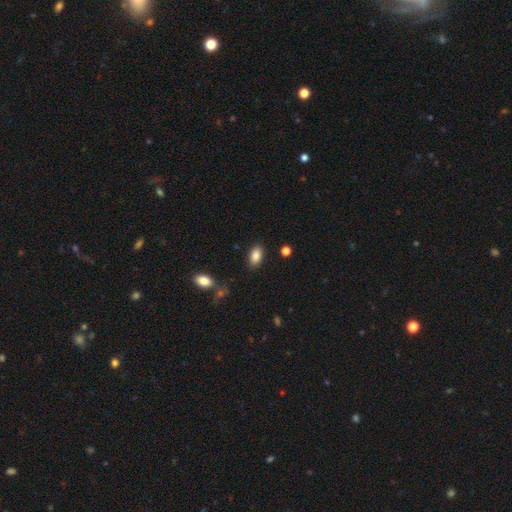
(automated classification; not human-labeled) smooth 87%, star or artifact 8%, featured or disk 5%. Down the decision tree: how rounded — in between (92%); merging — none (86%).